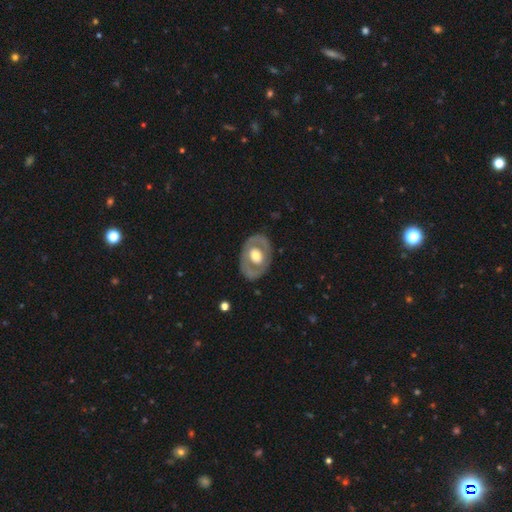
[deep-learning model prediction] A featured or disk galaxy (59%) with no bar (80%), no spiral arms (81%) and a moderate central bulge (52%). Merging: none (80%).